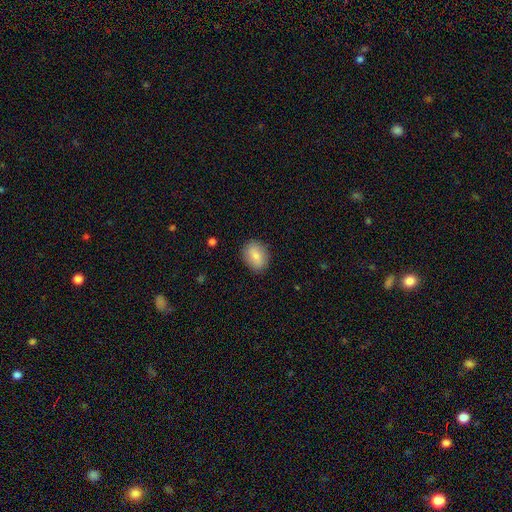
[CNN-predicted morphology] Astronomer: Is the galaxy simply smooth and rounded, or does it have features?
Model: smooth — 82%.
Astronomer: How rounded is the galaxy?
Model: in between — 68%.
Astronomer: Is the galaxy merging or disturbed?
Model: none — 87%.